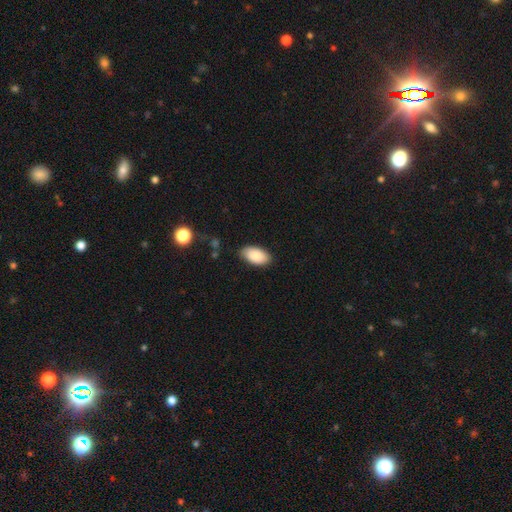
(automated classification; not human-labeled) Q: Smooth or featured?
A: smooth (87%); runner-up: star or artifact (6%)
Q: How rounded?
A: in between (95%); runner-up: round (3%)
Q: Merging?
A: none (85%); runner-up: minor disturbance (12%)